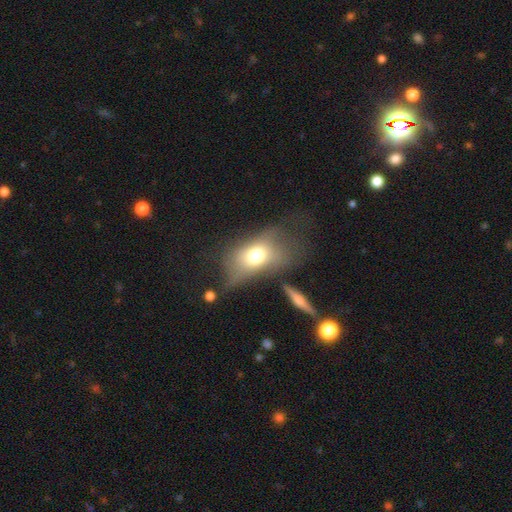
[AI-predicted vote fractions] Smooth or featured?
  - smooth: 64% *
  - featured or disk: 26%
  - star or artifact: 11%
How rounded?
  - in between: 79% *
  - round: 18%
  - cigar-shaped: 3%
Merging?
  - none: 36% *
  - major disturbance: 33%
  - minor disturbance: 23%
  - merger: 8%